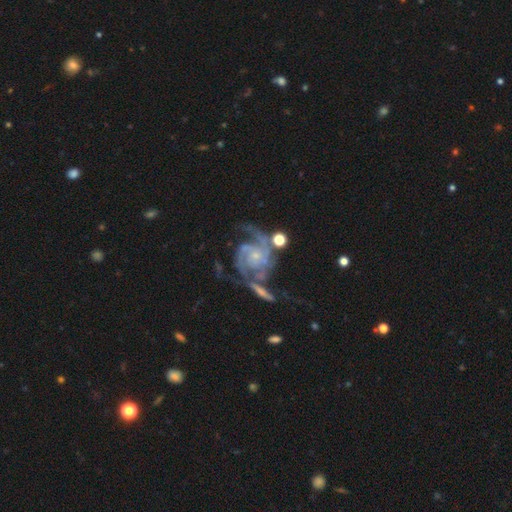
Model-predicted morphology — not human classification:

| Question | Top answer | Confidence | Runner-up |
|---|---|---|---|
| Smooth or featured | featured or disk | 91% | star or artifact (4%) |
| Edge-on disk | no | 98% | yes (2%) |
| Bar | no | 74% | weak (20%) |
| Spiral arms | yes | 98% | no (2%) |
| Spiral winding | tight | 50% | medium (40%) |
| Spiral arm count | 2 | 57% | 3 (19%) |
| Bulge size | small | 78% | moderate (13%) |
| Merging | none | 46% | minor disturbance (19%) |